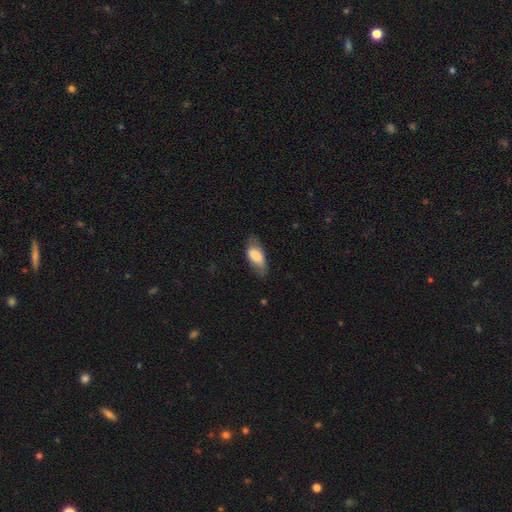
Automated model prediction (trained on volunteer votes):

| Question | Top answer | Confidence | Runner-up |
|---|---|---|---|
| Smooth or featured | smooth | 74% | featured or disk (19%) |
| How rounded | in between | 85% | cigar-shaped (12%) |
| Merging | none | 62% | minor disturbance (27%) |